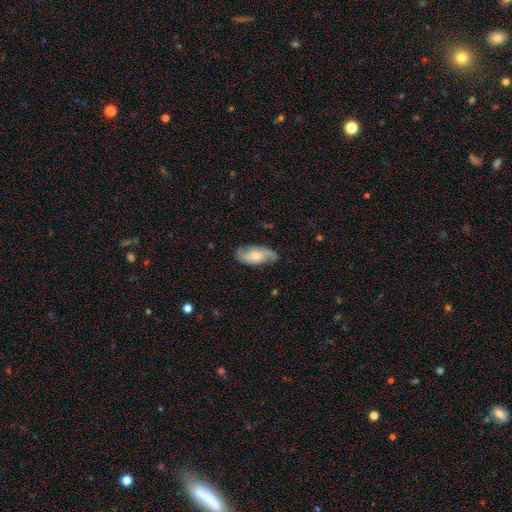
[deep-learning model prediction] A featured or disk galaxy (61%) with no bar (67%), spiral arms (88%) and a moderate central bulge (47%).

Vote fractions:
- Smooth or featured? featured or disk: 61% / smooth: 33% / star or artifact: 6%
- Edge-on disk? no: 92% / yes: 8%
- Bar? no: 67% / weak: 26% / strong: 6%
- Spiral arms? yes: 88% / no: 12%
- Bulge size? moderate: 47% / small: 45% / large: 4% / none: 2% / dominant: 1%
- Merging? none: 75% / minor disturbance: 18% / major disturbance: 5% / merger: 1%